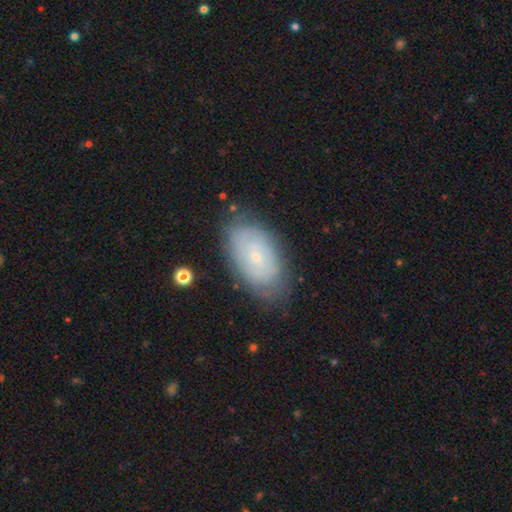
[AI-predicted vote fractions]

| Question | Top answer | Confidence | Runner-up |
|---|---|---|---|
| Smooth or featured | featured or disk | 55% | smooth (37%) |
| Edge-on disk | no | 93% | yes (7%) |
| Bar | no | 80% | weak (17%) |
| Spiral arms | yes | 68% | no (32%) |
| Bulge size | small | 82% | moderate (14%) |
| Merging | none | 76% | minor disturbance (18%) |